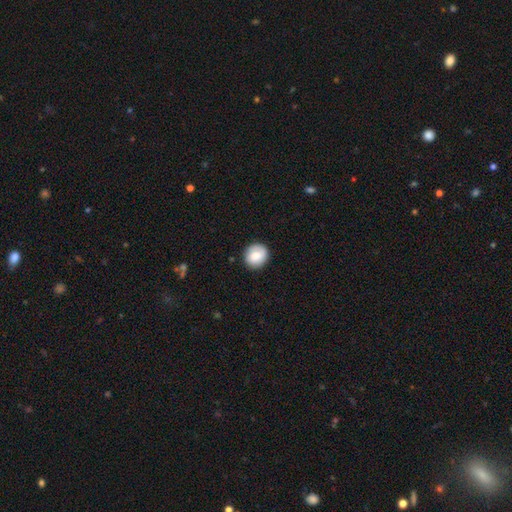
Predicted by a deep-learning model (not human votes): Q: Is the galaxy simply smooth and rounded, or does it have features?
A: smooth — 75%.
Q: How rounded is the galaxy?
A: round — 86%.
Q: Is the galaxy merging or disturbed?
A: none — 87%.